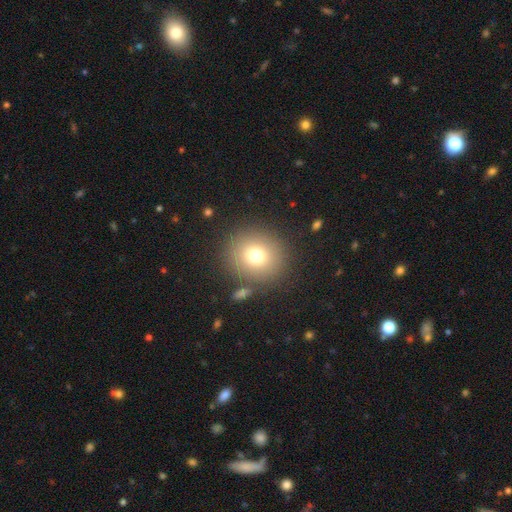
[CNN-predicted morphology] Q: Smooth or featured?
A: smooth (75%); runner-up: star or artifact (13%)
Q: How rounded?
A: round (84%); runner-up: in between (15%)
Q: Merging?
A: none (83%); runner-up: minor disturbance (8%)